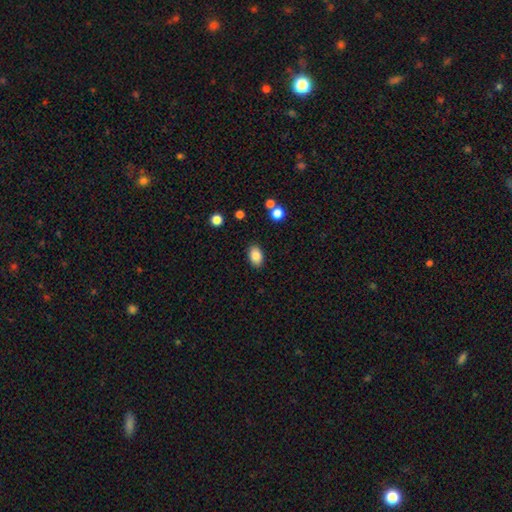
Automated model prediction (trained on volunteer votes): Overall: smooth (86%). How rounded: in between (87%). Merging: none (87%).